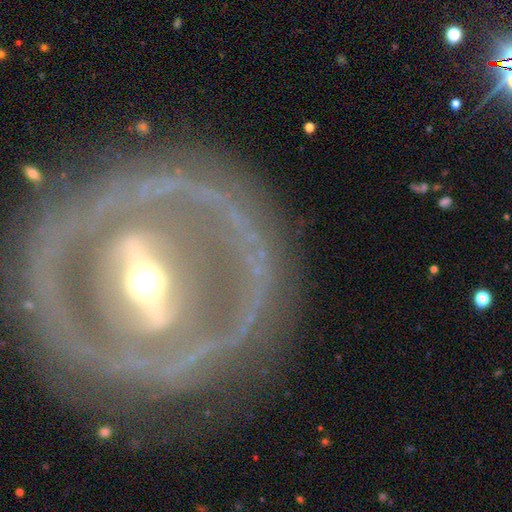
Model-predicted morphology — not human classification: Overall: featured or disk (84%). Edge-on disk: no (87%). Bar: strong (68%). Spiral arms: yes (52%; no 48%). Bulge size: moderate (67%). Merging: none (75%).